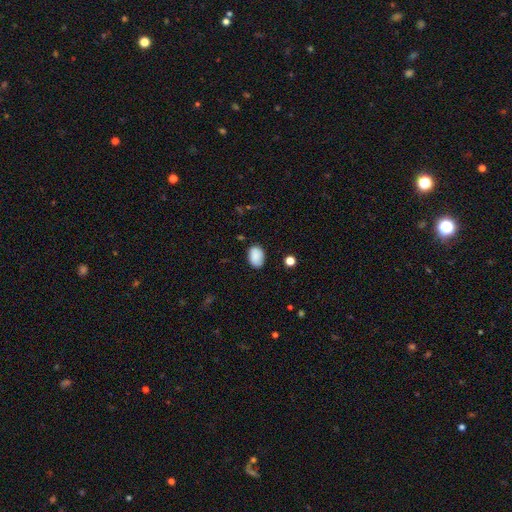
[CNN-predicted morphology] Overall: smooth (86%). How rounded: in between (84%). Merging: none (78%).